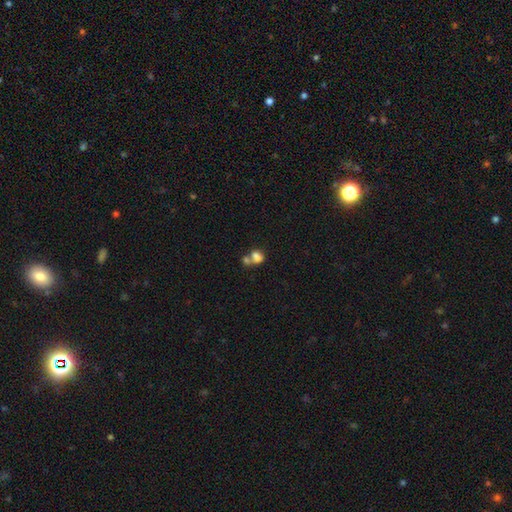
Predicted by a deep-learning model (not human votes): A smooth galaxy with no disk features (75%) that is in between round and cigar-shaped (55%).

Vote fractions:
- Smooth or featured? smooth: 75% / featured or disk: 14% / star or artifact: 11%
- How rounded? in between: 55% / round: 44% / cigar-shaped: 1%
- Merging? merger: 61% / none: 25% / minor disturbance: 8% / major disturbance: 5%